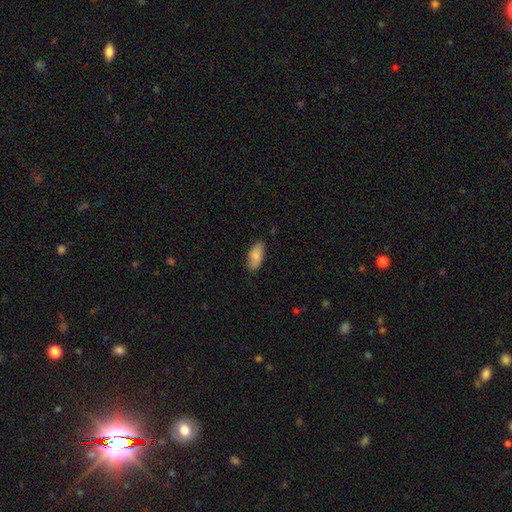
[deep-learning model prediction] Smooth or featured? smooth (82%)
How rounded? in between (90%)
Merging? none (83%)